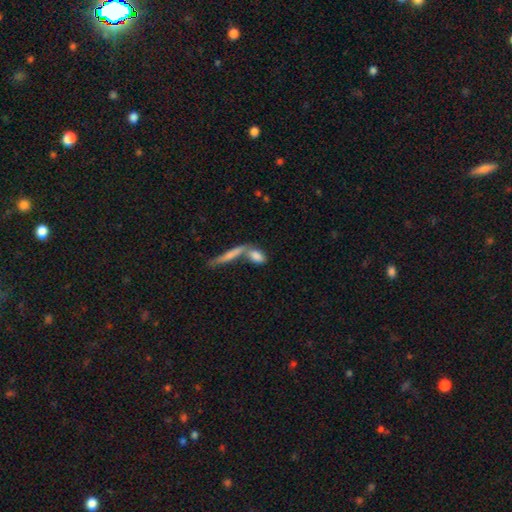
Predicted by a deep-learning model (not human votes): Smooth or featured? Predicted: smooth (p=0.76). How rounded? Predicted: in between (p=0.66). Merging? Predicted: merger (p=0.50).